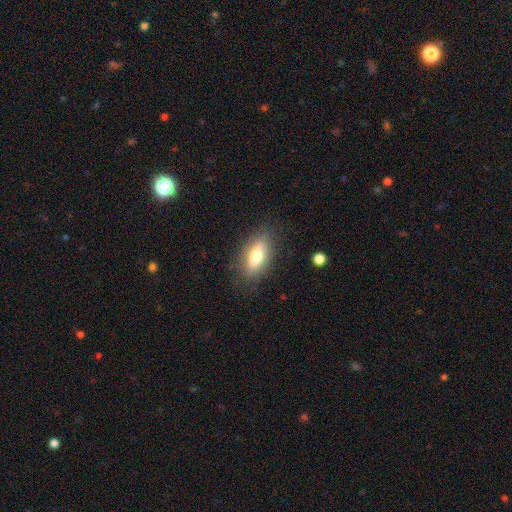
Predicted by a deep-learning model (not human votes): smooth_or_featured: smooth (p=0.68) [alt: featured or disk p=0.24]
how_rounded: in between (p=0.82) [alt: cigar-shaped p=0.14]
merging: none (p=0.82) [alt: minor disturbance p=0.13]